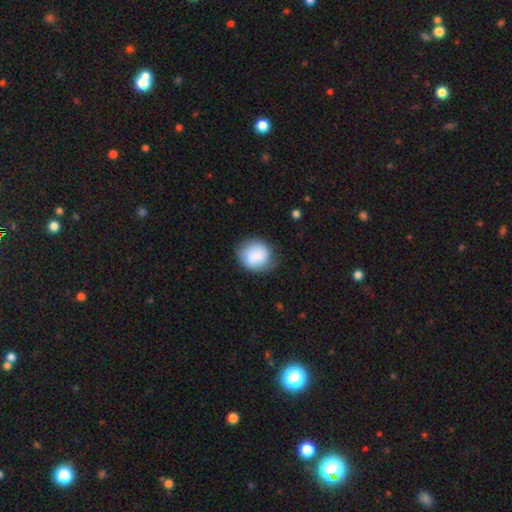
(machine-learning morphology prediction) Q: Smooth or featured?
A: smooth (85%); runner-up: featured or disk (9%)
Q: How rounded?
A: round (77%); runner-up: in between (22%)
Q: Merging?
A: none (73%); runner-up: minor disturbance (20%)